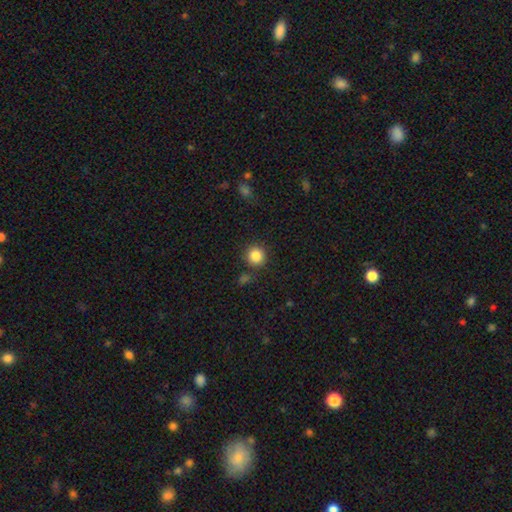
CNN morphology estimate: Overall: smooth (86%). How rounded: round (92%). Merging: none (84%).